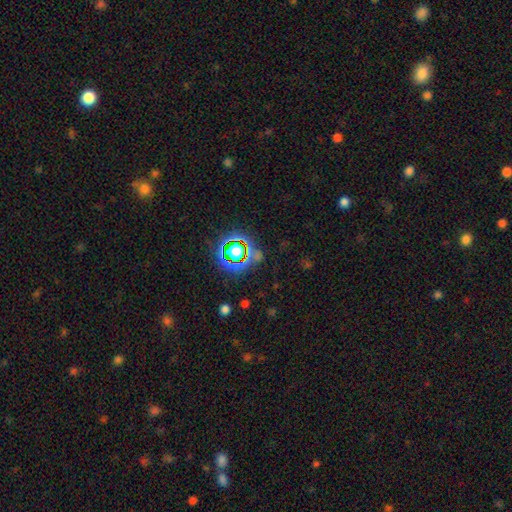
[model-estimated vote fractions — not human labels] Smooth or featured? star or artifact (73%)